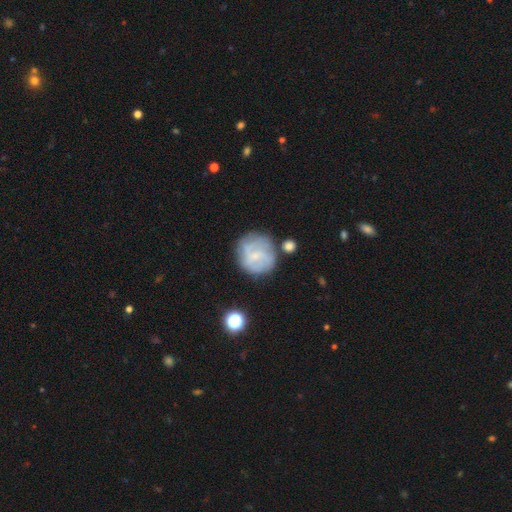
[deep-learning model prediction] A featured or disk galaxy (47%). Merging: none (63%).